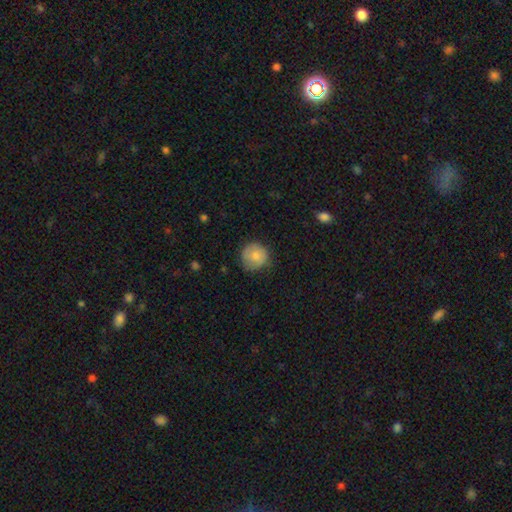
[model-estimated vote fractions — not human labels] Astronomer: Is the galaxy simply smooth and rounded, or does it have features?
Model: smooth — 77%.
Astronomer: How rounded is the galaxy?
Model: round — 90%.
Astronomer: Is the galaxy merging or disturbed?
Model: none — 69%.